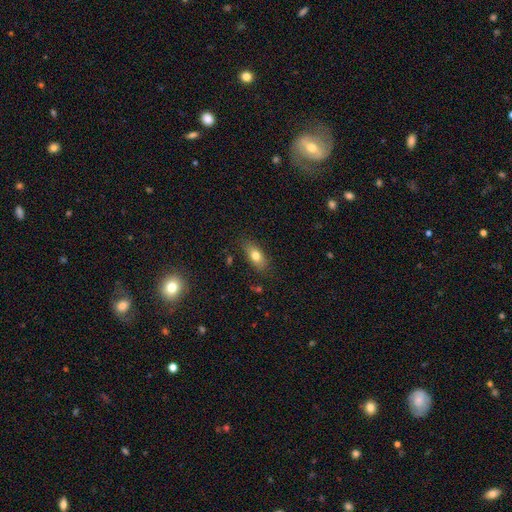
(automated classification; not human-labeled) Smooth or featured? smooth (76%)
How rounded? in between (82%)
Merging? none (81%)